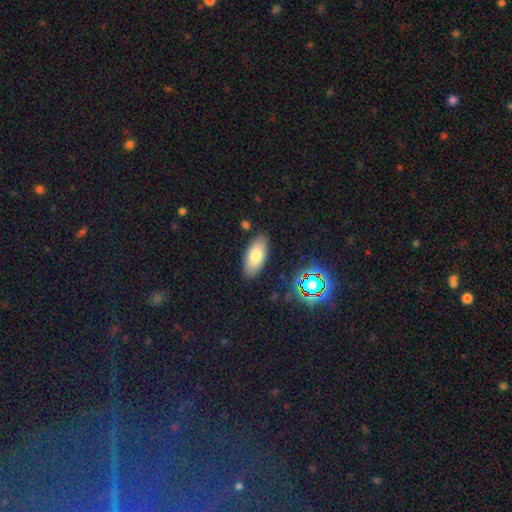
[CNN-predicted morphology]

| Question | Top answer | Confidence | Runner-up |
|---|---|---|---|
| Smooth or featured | smooth | 77% | featured or disk (15%) |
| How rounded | in between | 89% | cigar-shaped (9%) |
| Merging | none | 85% | minor disturbance (10%) |